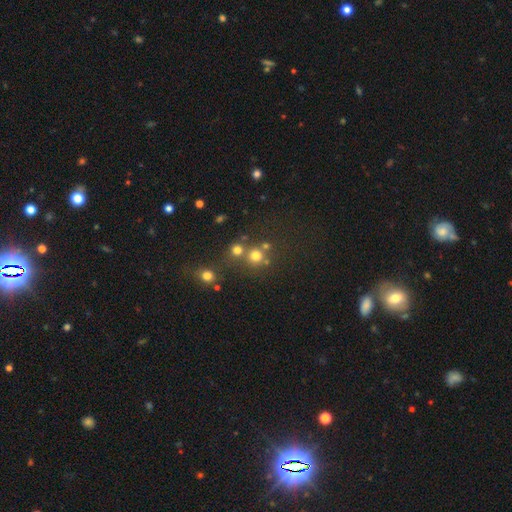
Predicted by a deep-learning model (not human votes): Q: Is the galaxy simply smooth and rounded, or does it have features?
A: smooth — 72%.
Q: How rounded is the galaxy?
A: round — 90%.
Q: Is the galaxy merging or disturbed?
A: none — 61%.